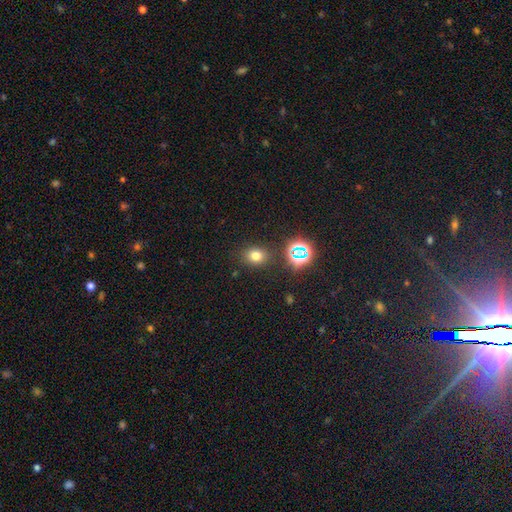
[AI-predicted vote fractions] Morphology: type=smooth (71%); roundness=round (53%); merging=none (83%).